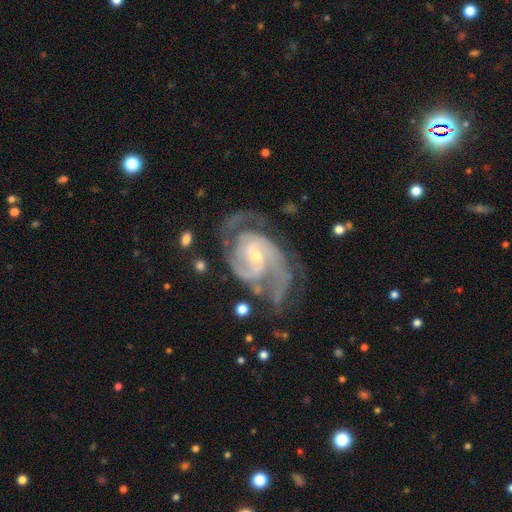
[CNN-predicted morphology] This is clearly a featured or disk galaxy (92%). It is clearly not viewed edge-on (98%). Bar: possibly no (50%). Spiral arm pattern: clearly yes (98%). Spiral arm count: possibly 2 (54%). Spiral winding: possibly tight (47%). Central bulge: likely small (69%). Merging: possibly none (59%).